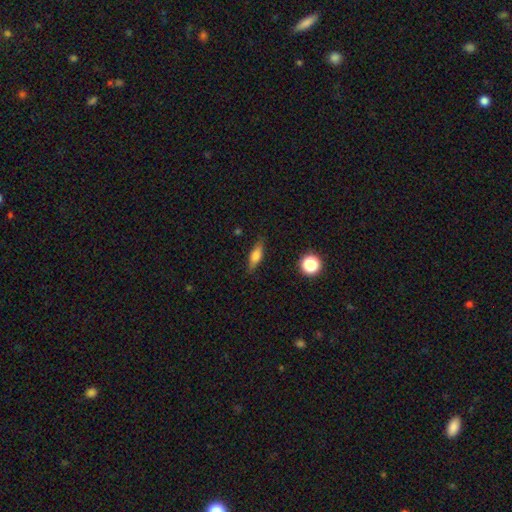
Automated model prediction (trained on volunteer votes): This is possibly a smooth galaxy (59%). How rounded: possibly in between (49%). Merging: clearly none (84%).